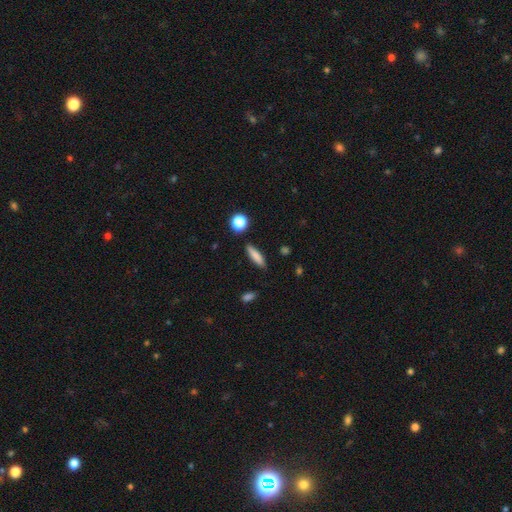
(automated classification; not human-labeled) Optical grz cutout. It shows a smooth galaxy with no disk features (82%) that is cigar-shaped (74%). Merging: none (87%).